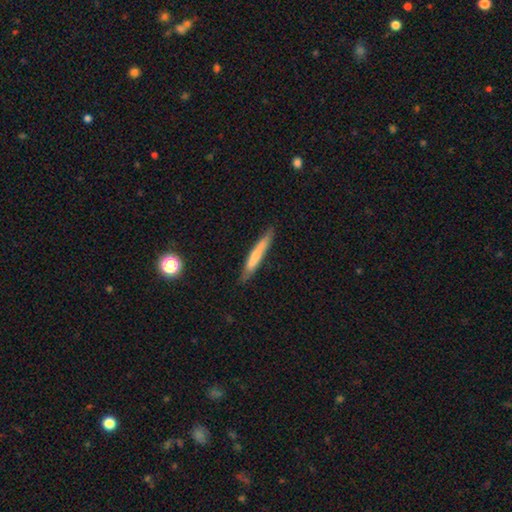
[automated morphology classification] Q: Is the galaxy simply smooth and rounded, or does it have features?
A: smooth — 66%.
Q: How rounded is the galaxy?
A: cigar-shaped — 94%.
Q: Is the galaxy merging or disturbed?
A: none — 83%.